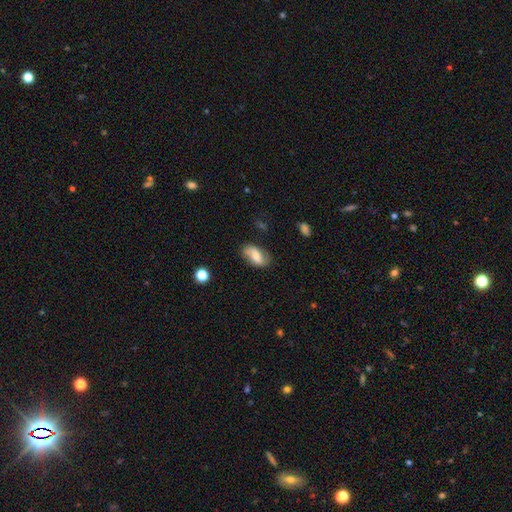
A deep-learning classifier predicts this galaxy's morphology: smooth-or-featured: smooth: 63% | featured or disk: 29% | star or artifact: 8%
  how-rounded: in between: 91% | round: 5% | cigar-shaped: 4%
  merging: none: 68% | minor disturbance: 23% | major disturbance: 6% | merger: 3%